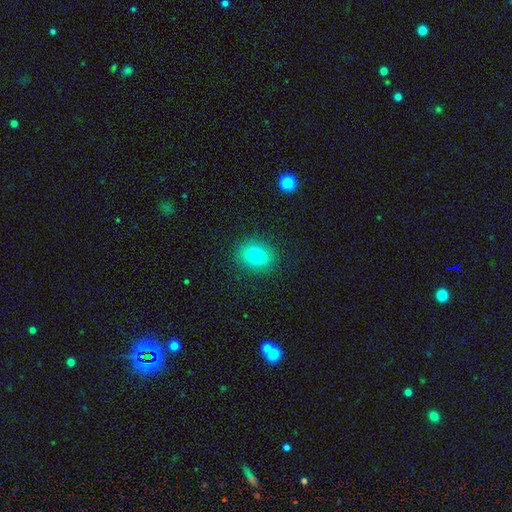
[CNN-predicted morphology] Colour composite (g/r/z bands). It shows a smooth galaxy with no disk features (78%) that is round (56%). Merging: none (89%).